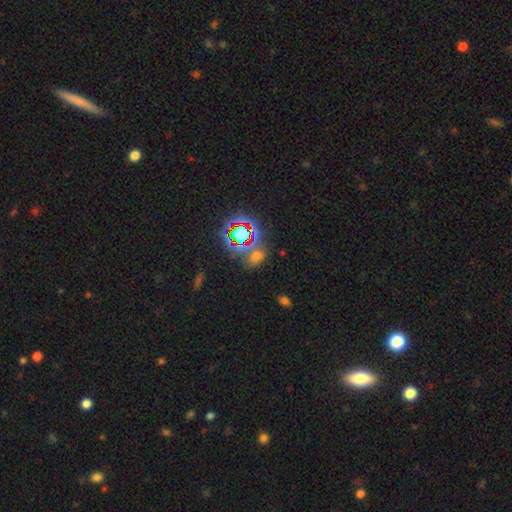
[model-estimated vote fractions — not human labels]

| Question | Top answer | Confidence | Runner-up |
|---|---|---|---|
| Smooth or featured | star or artifact | 50% | smooth (39%) |